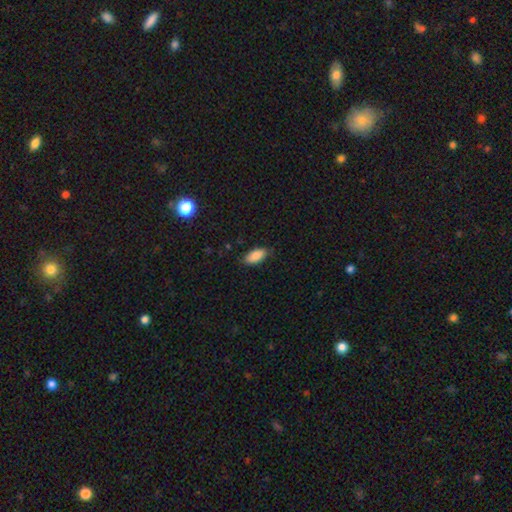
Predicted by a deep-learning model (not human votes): A smooth galaxy with no disk features (88%) that is in between round and cigar-shaped (91%). Merging: none (81%).